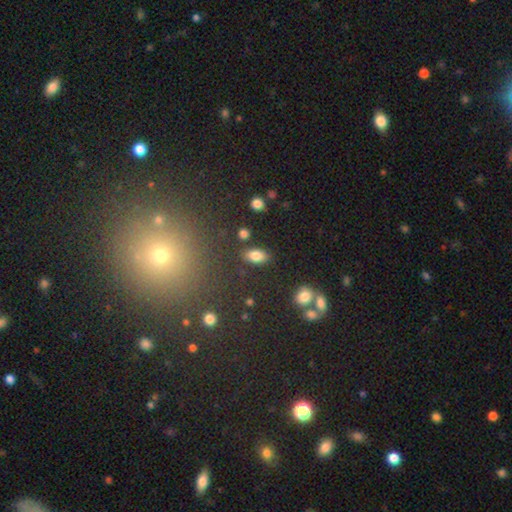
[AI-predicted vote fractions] Morphology: type=smooth (83%); roundness=in between (90%); merging=none (82%).